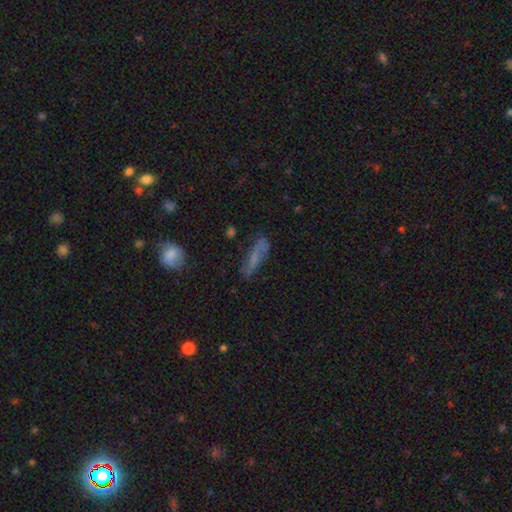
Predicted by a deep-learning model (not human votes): This is possibly a smooth galaxy (45%). Merging: likely none (69%).